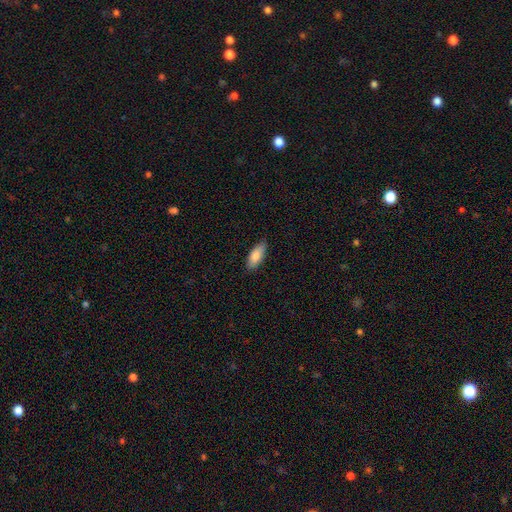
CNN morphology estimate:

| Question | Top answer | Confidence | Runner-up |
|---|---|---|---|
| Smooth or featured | smooth | 84% | featured or disk (10%) |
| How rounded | in between | 80% | cigar-shaped (18%) |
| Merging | none | 85% | minor disturbance (12%) |